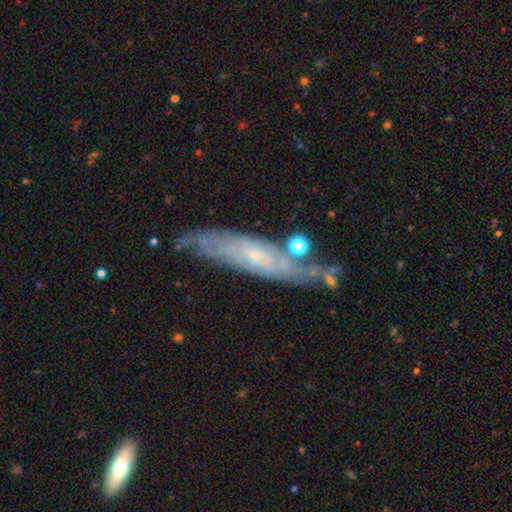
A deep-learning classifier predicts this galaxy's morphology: type=featured or disk (73%); edge-on=no (63%); merging=none (67%).